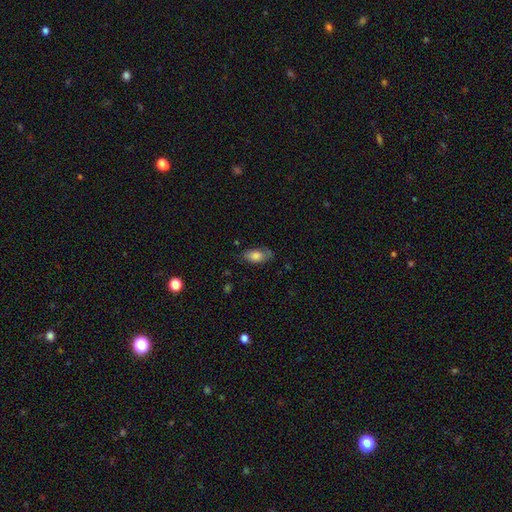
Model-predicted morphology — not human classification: This is likely a smooth galaxy (75%). How rounded: clearly in between (89%). Merging: likely none (64%).